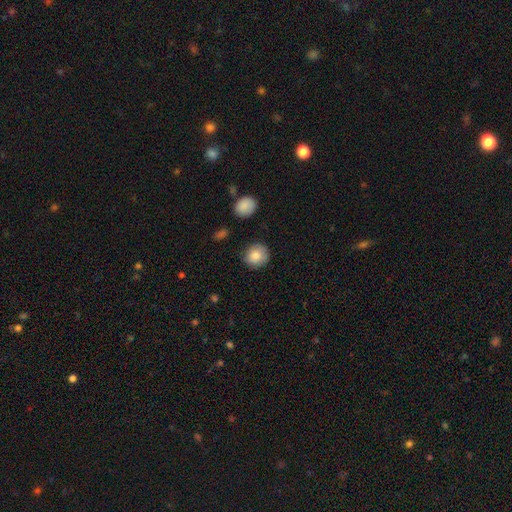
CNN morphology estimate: A smooth galaxy with no disk features (85%) that is round (90%).

Vote fractions:
- Smooth or featured? smooth: 85% / featured or disk: 8% / star or artifact: 8%
- How rounded? round: 90% / in between: 9% / cigar-shaped: 1%
- Merging? none: 84% / minor disturbance: 11% / major disturbance: 3% / merger: 2%